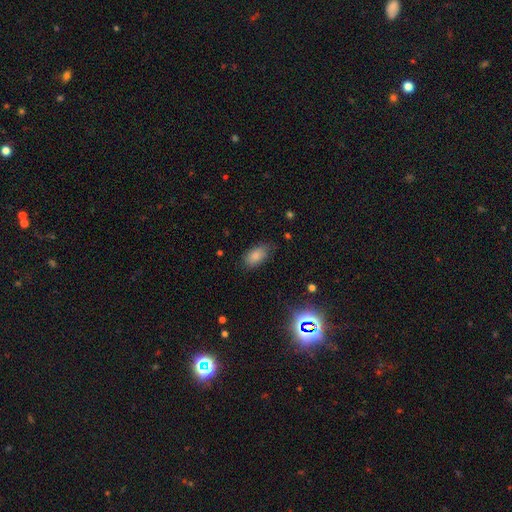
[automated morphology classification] A smooth galaxy with no disk features (81%) that is in between round and cigar-shaped (92%).

Vote fractions:
- Smooth or featured? smooth: 81% / star or artifact: 11% / featured or disk: 7%
- How rounded? in between: 92% / round: 5% / cigar-shaped: 3%
- Merging? none: 75% / minor disturbance: 19% / major disturbance: 5% / merger: 1%